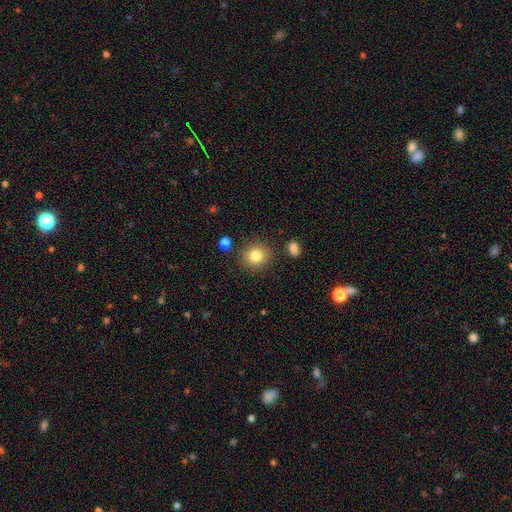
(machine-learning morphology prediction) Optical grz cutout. It shows a smooth galaxy with no disk features (83%) that is round (84%). Merging: none (86%).